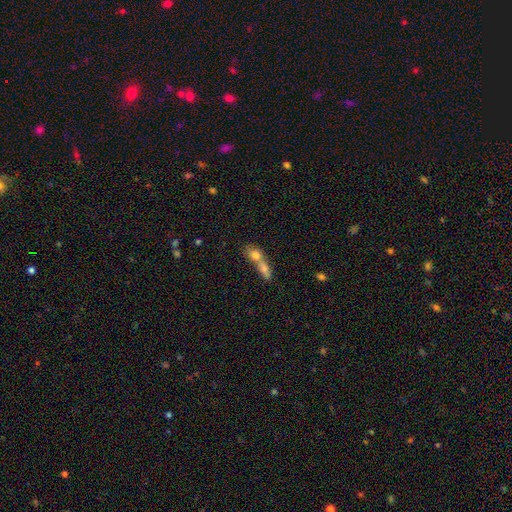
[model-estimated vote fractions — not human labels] This is likely a smooth galaxy (73%). How rounded: possibly in between (54%). Merging: likely merger (75%).